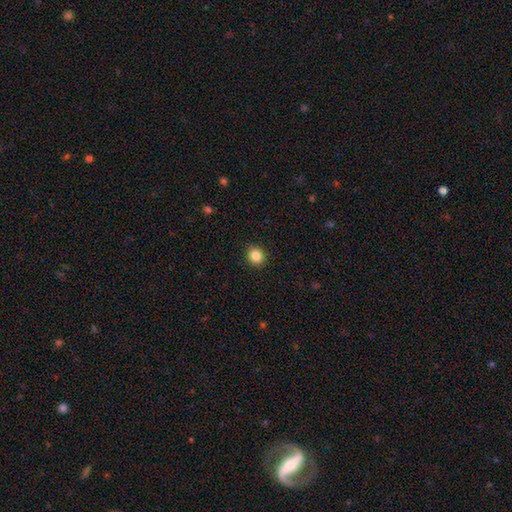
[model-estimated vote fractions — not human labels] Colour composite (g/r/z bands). It shows a smooth galaxy with no disk features (86%) that is round (84%). Merging: none (92%).